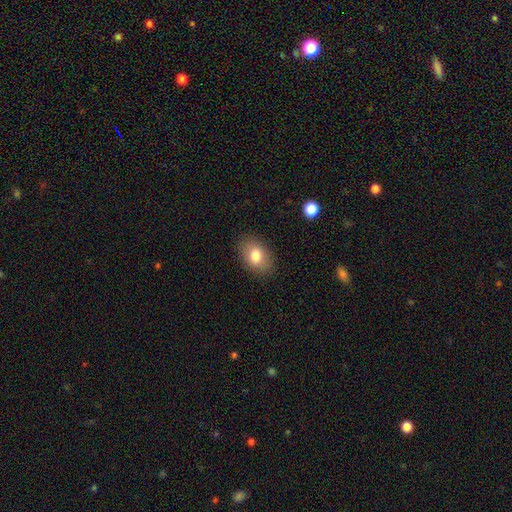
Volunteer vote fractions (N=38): This is clearly a smooth galaxy (84%). How rounded: clearly in between (88%). Merging: clearly none (81%).